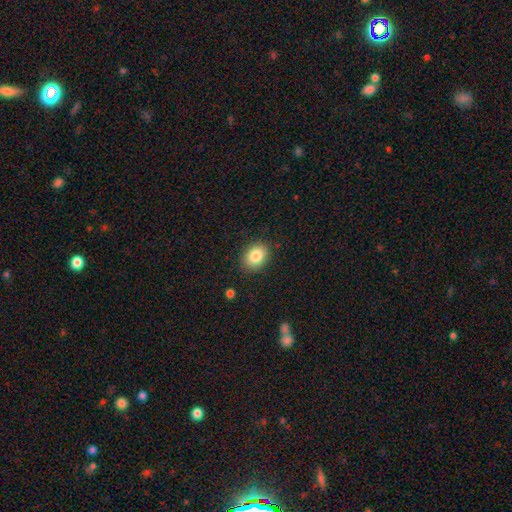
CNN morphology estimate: Smooth or featured: smooth — 85% (star or artifact — 8%)
How rounded: in between — 67% (round — 32%)
Merging: none — 86% (minor disturbance — 10%)